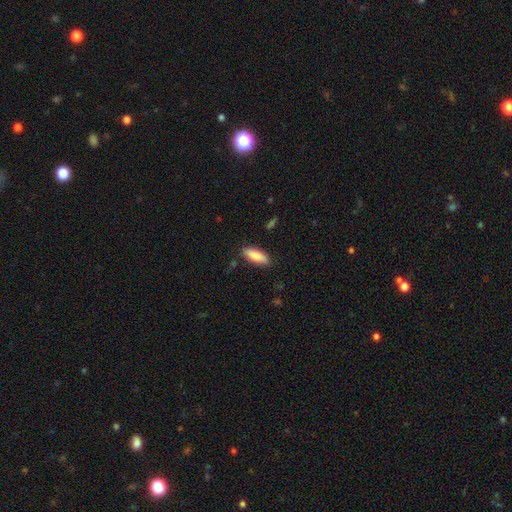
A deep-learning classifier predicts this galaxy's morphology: smooth-or-featured: smooth: 84% | featured or disk: 10% | star or artifact: 6%
  how-rounded: in between: 71% | cigar-shaped: 27% | round: 2%
  merging: none: 85% | minor disturbance: 11% | major disturbance: 2% | merger: 2%